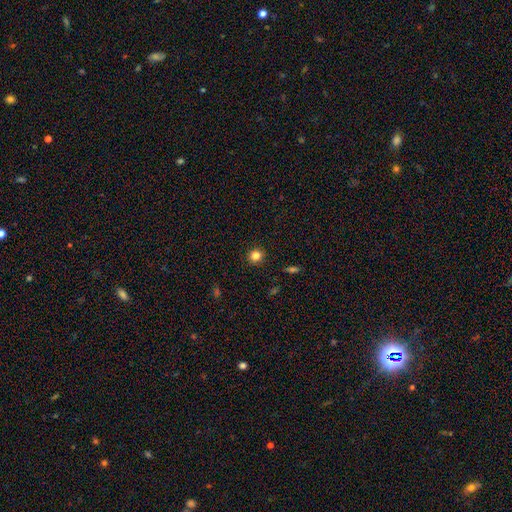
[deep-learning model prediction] Q: Smooth or featured?
A: smooth (83%); runner-up: star or artifact (12%)
Q: How rounded?
A: round (91%); runner-up: in between (8%)
Q: Merging?
A: none (92%); runner-up: minor disturbance (6%)